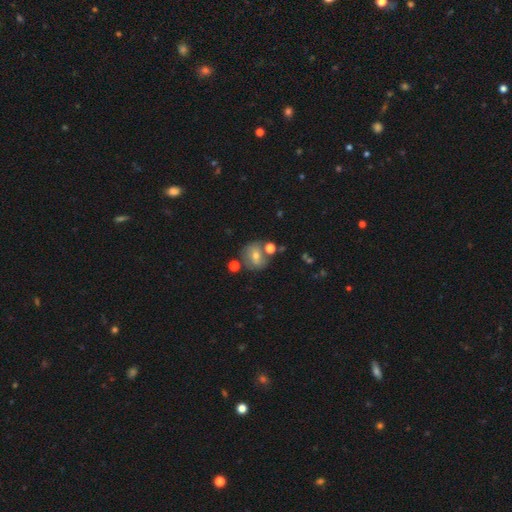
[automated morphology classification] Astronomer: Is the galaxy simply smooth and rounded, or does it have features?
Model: smooth — 53% (runner-up: featured or disk, 35%).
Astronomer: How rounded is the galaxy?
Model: round — 77%.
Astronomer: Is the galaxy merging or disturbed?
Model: none — 63%.